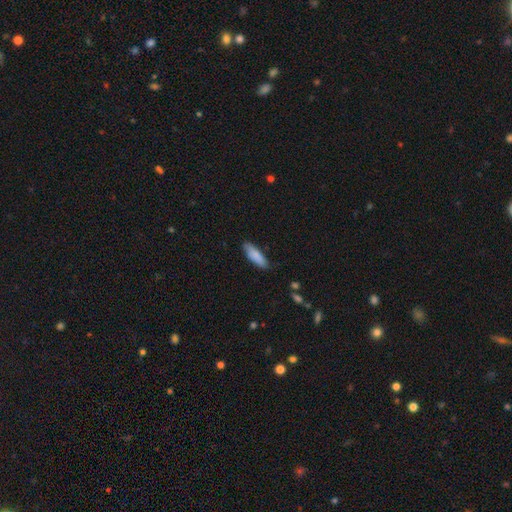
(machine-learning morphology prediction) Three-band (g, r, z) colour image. It shows a smooth galaxy with no disk features (86%) that is cigar-shaped (53%). Merging: none (82%).